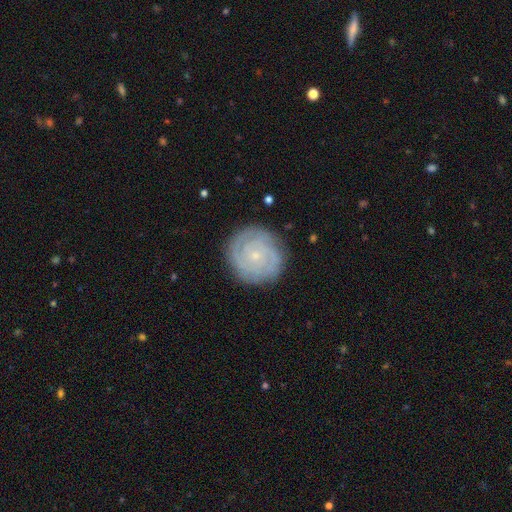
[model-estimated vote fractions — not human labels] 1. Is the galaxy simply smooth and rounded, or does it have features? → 81% featured or disk, 13% smooth, 6% star or artifact.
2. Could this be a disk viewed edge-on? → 98% no, 2% yes.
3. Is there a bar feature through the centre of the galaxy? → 77% no, 19% weak, 4% strong.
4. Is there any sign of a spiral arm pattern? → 96% yes, 4% no.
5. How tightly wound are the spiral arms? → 81% tight, 16% medium, 3% loose.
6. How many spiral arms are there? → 29% 2, 26% 3, 22% can't tell, 11% 4, 6% more than 4, 6% 1.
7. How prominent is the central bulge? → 83% small, 12% moderate, 3% none, 1% large, 1% dominant.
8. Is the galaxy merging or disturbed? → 85% none, 11% minor disturbance, 3% major disturbance, 1% merger.